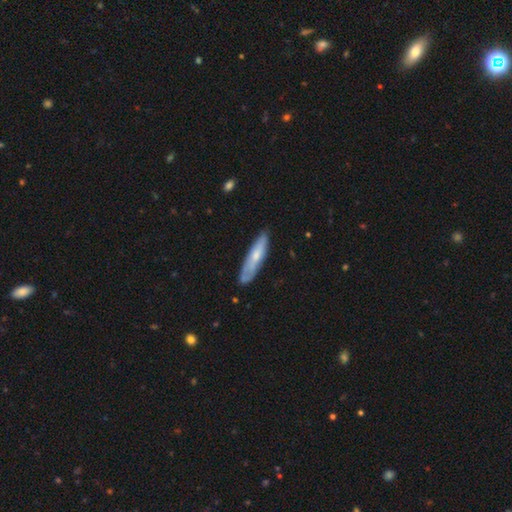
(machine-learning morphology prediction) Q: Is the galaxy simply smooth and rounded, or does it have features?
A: smooth — 59%.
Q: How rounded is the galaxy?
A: cigar-shaped — 80%.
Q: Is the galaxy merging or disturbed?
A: none — 77%.